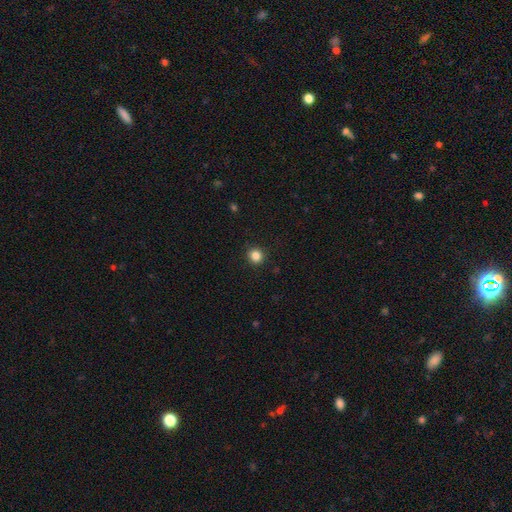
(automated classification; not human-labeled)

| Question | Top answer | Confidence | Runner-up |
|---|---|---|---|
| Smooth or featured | smooth | 85% | star or artifact (11%) |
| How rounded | round | 92% | in between (7%) |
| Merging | none | 92% | minor disturbance (5%) |